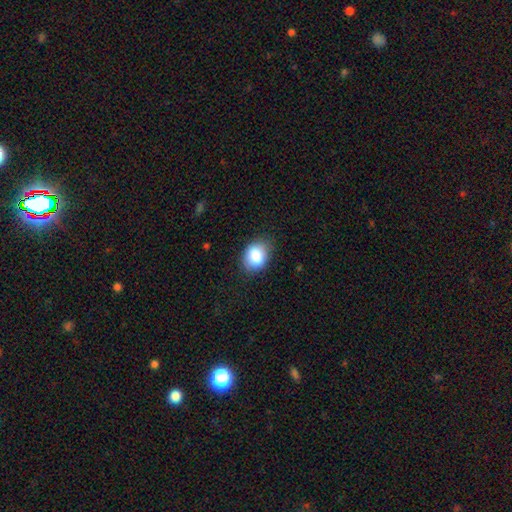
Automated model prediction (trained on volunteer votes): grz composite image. It shows a smooth galaxy with no disk features (87%) that is in between round and cigar-shaped (63%). Merging: none (79%).